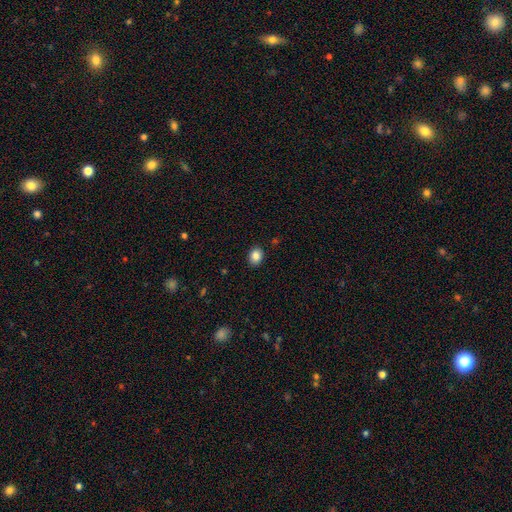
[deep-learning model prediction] Q: Smooth or featured?
A: smooth (86%); runner-up: star or artifact (9%)
Q: How rounded?
A: in between (52%); runner-up: round (47%)
Q: Merging?
A: none (90%); runner-up: minor disturbance (7%)